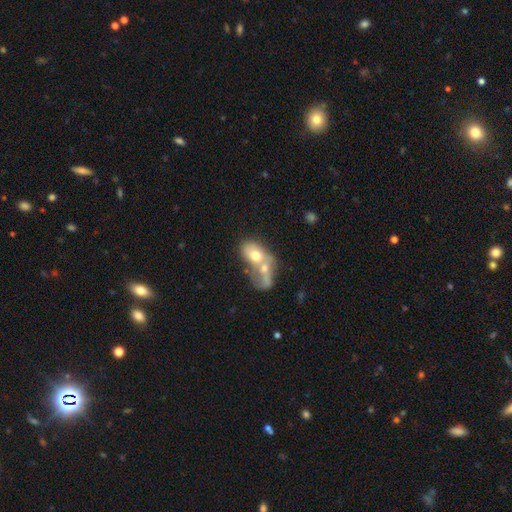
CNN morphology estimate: This appears to be a smooth galaxy with no disk features (61%) that is in between round and cigar-shaped (75%). Merging: merger (77%).